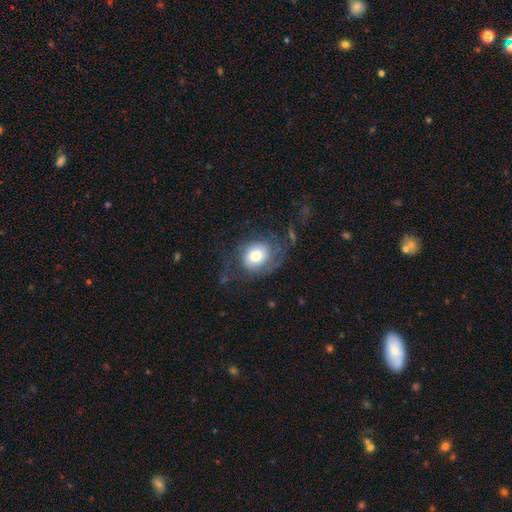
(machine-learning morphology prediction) type=featured or disk (50%); merging=none (47%).